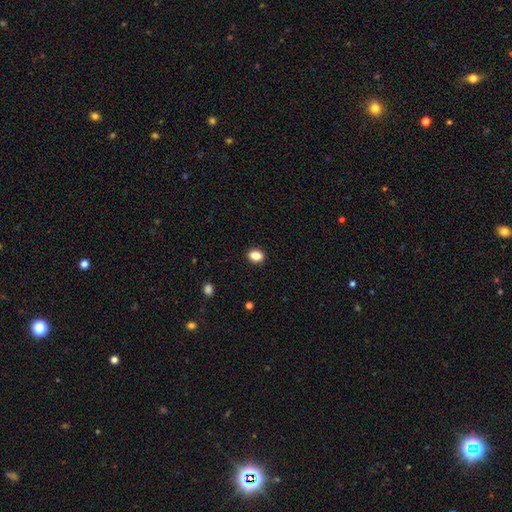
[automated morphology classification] A smooth galaxy with no disk features (86%) that is in between round and cigar-shaped (60%). Merging: none (90%).